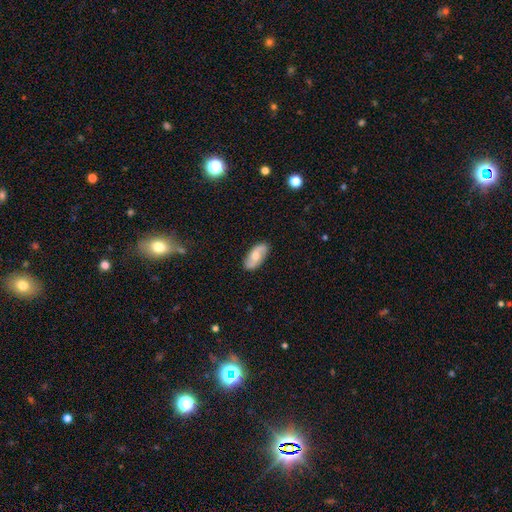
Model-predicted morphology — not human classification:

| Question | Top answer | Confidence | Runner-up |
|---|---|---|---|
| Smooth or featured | featured or disk | 52% | smooth (42%) |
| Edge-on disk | no | 89% | yes (11%) |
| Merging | none | 84% | minor disturbance (12%) |